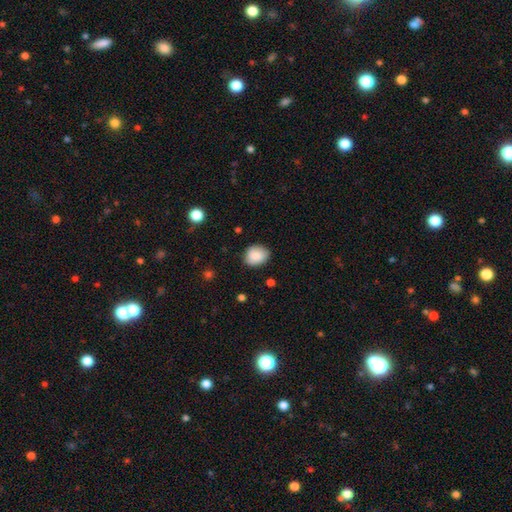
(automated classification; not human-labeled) Morphology: type=smooth (87%); roundness=round (50%); merging=none (80%).